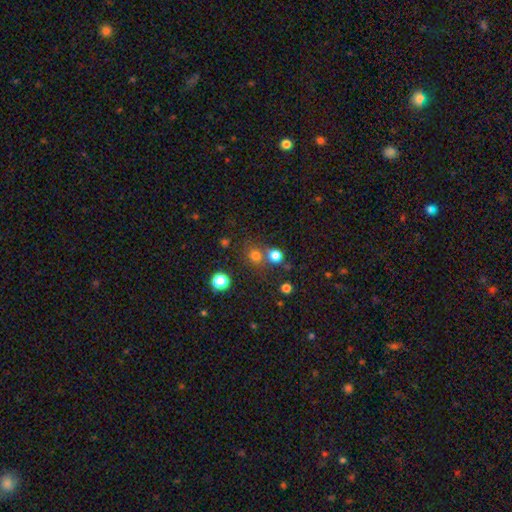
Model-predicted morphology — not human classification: A smooth galaxy with no disk features (72%) that is round (84%). Merging: none (59%).